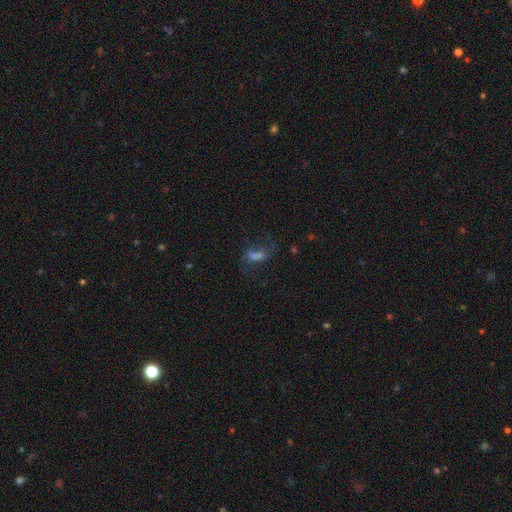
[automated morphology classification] Smooth or featured? featured or disk (40%)
Merging? none (55%)